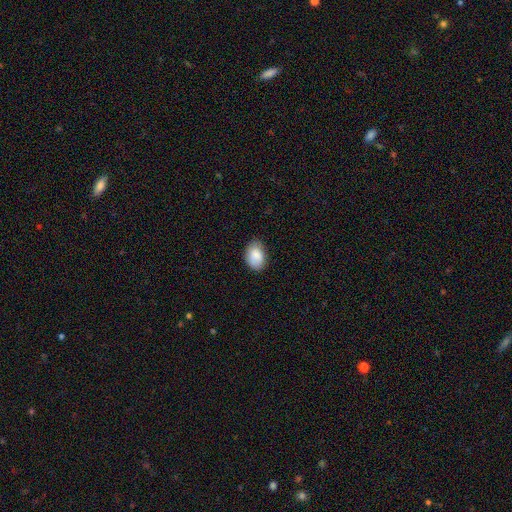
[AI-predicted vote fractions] Q: Smooth or featured?
A: smooth (87%); runner-up: star or artifact (7%)
Q: How rounded?
A: in between (86%); runner-up: round (13%)
Q: Merging?
A: none (77%); runner-up: minor disturbance (18%)